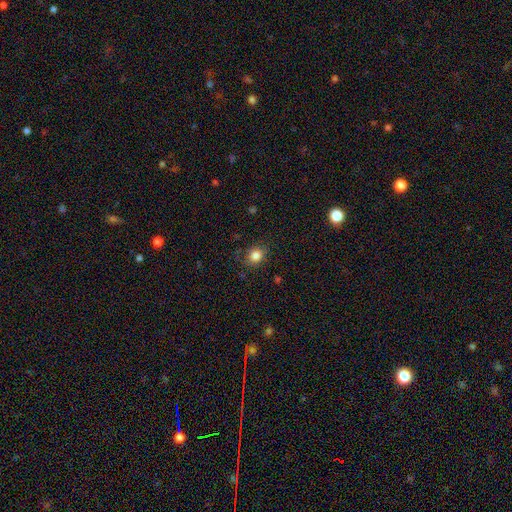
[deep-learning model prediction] Smooth or featured? Predicted: smooth (p=0.83). How rounded? Predicted: round (p=0.68). Merging? Predicted: none (p=0.80).